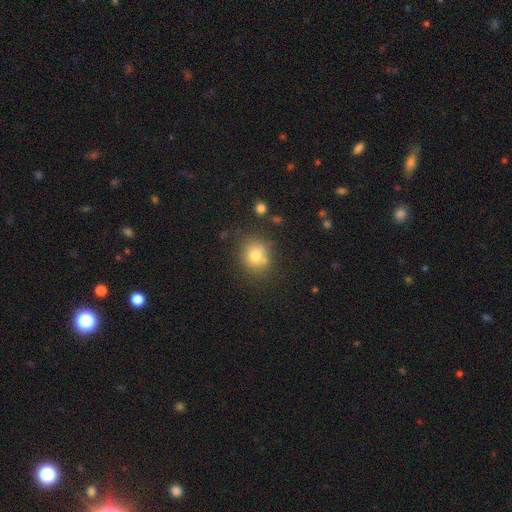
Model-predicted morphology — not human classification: Smooth or featured? smooth (76%)
How rounded? round (78%)
Merging? none (73%)